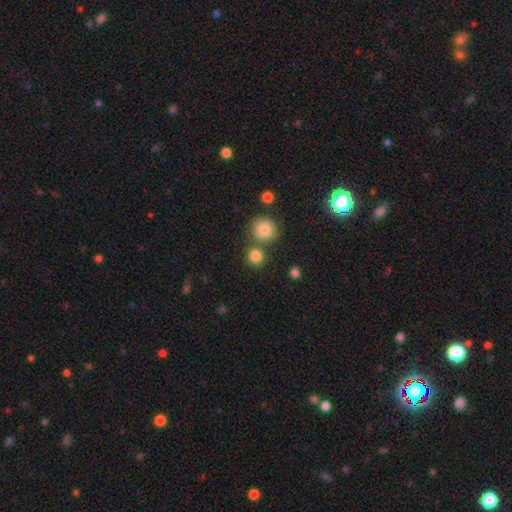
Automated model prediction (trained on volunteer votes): Smooth or featured? Predicted: smooth (p=0.84). How rounded? Predicted: round (p=0.90). Merging? Predicted: none (p=0.72).